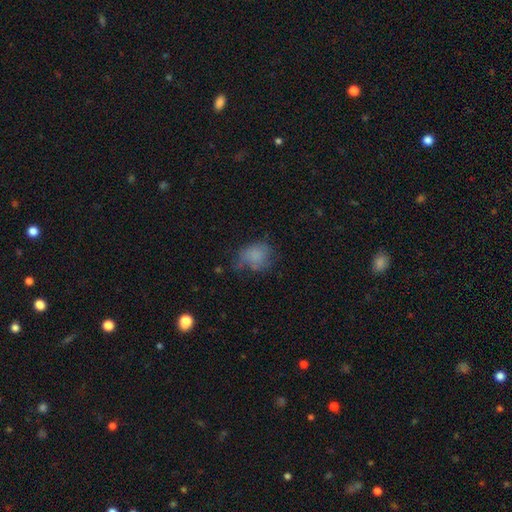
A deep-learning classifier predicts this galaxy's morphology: smooth_or_featured: smooth (p=0.71) [alt: featured or disk p=0.17]
how_rounded: round (p=0.53) [alt: in between p=0.46]
merging: none (p=0.43) [alt: minor disturbance p=0.31]